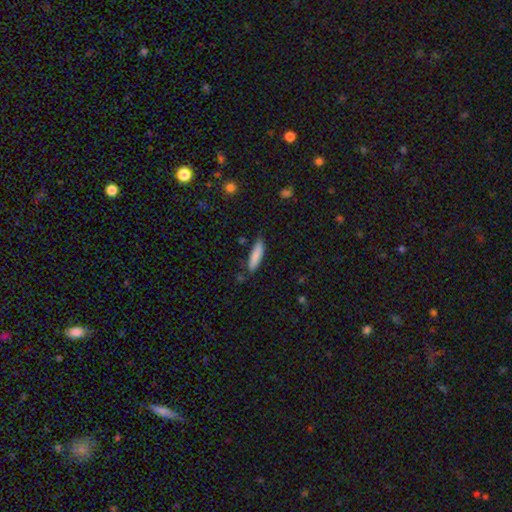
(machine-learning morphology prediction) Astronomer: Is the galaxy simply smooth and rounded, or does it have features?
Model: smooth — 86%.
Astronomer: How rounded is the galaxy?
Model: cigar-shaped — 70%.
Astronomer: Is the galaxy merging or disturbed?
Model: none — 79%.